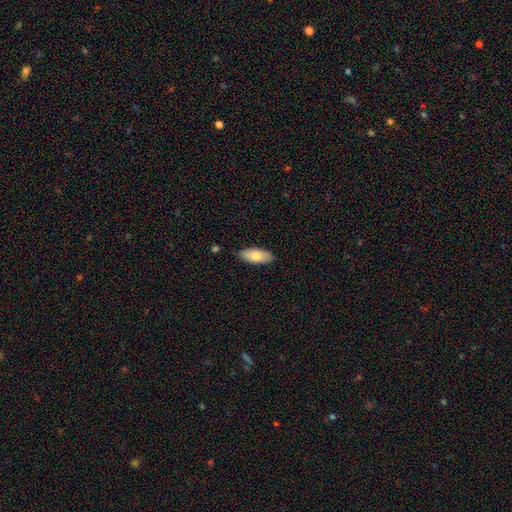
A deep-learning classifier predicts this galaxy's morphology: Smooth or featured?
  - smooth: 78% *
  - featured or disk: 16%
  - star or artifact: 6%
How rounded?
  - in between: 84% *
  - cigar-shaped: 14%
  - round: 2%
Merging?
  - none: 85% *
  - minor disturbance: 12%
  - major disturbance: 2%
  - merger: 1%